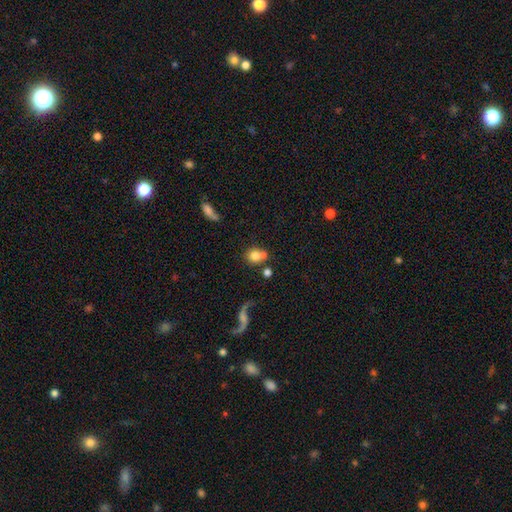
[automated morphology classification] smooth 74%, featured or disk 16%, star or artifact 10%. Down the decision tree: how rounded — round (86%); merging — none (51%).